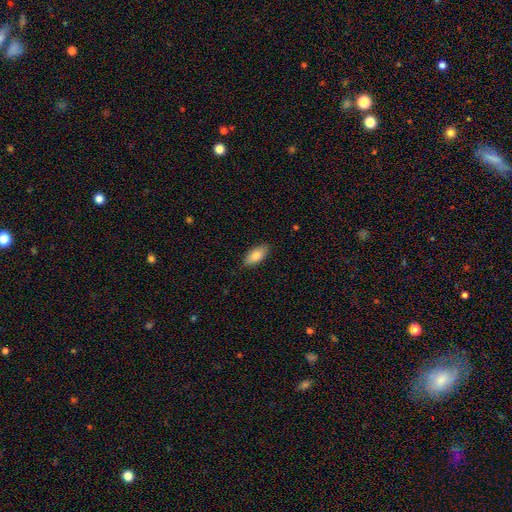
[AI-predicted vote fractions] smooth-or-featured: smooth: 82% | featured or disk: 12% | star or artifact: 7%
  how-rounded: in between: 90% | cigar-shaped: 8% | round: 3%
  merging: none: 86% | minor disturbance: 11% | major disturbance: 2% | merger: 1%